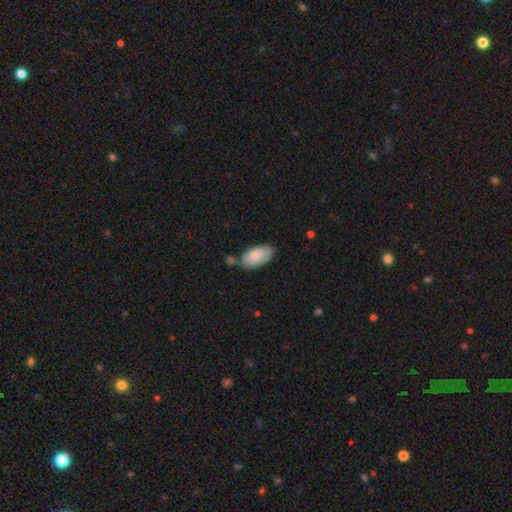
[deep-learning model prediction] smooth-or-featured: smooth: 79% | featured or disk: 16% | star or artifact: 6%
  how-rounded: in between: 94% | cigar-shaped: 4% | round: 3%
  merging: none: 59% | minor disturbance: 24% | merger: 12% | major disturbance: 5%